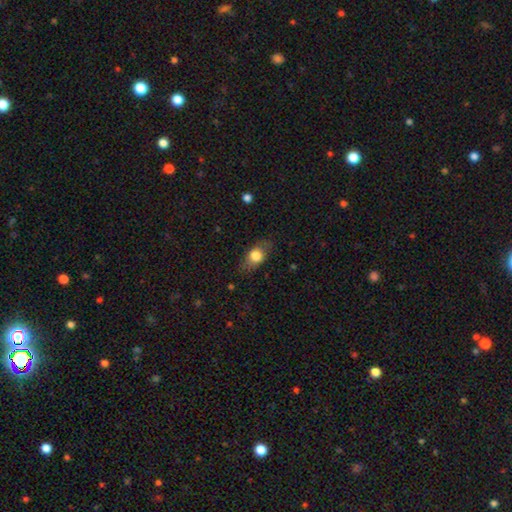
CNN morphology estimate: Smooth or featured? smooth (73%)
How rounded? in between (76%)
Merging? none (77%)